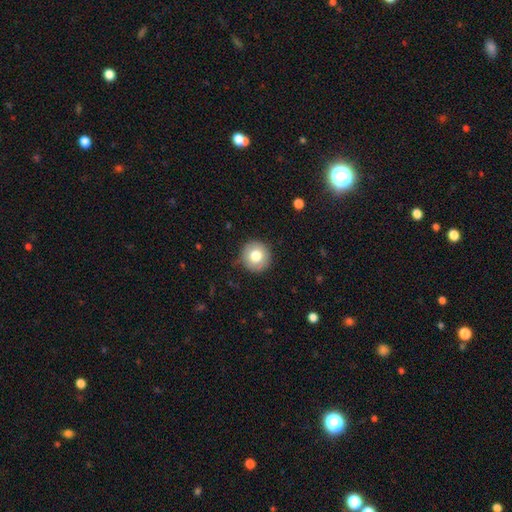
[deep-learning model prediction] Smooth or featured? Predicted: smooth (p=0.77). How rounded? Predicted: round (p=0.94). Merging? Predicted: none (p=0.87).